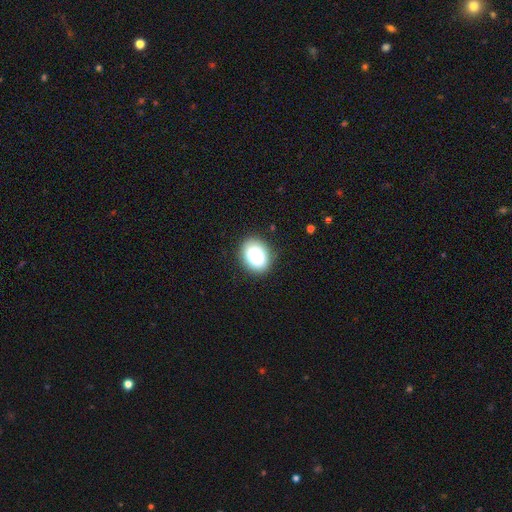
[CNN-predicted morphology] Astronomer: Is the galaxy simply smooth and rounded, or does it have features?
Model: smooth — 84%.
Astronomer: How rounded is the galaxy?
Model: in between — 62%.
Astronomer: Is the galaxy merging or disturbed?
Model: none — 86%.